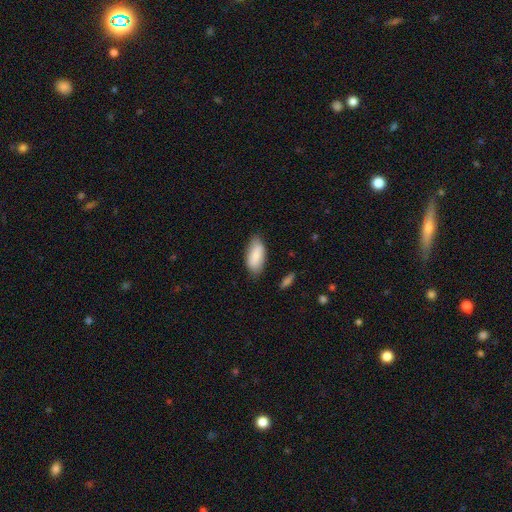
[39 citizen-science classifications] Q: Smooth or featured?
A: smooth (79%); runner-up: featured or disk (15%)
Q: How rounded?
A: in between (84%); runner-up: cigar-shaped (13%)
Q: Merging?
A: none (65%); runner-up: minor disturbance (19%)